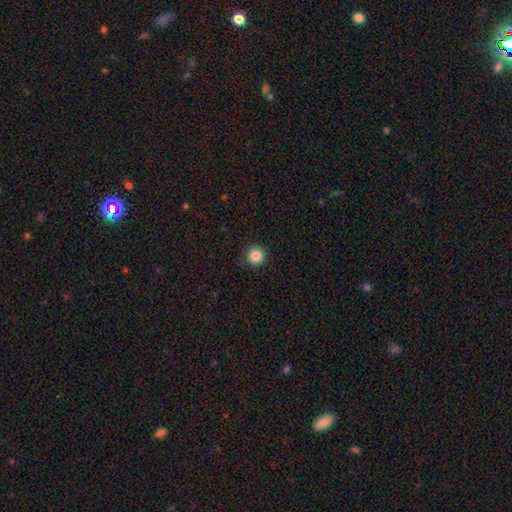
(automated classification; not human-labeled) A smooth galaxy with no disk features (86%) that is round (95%).

Vote fractions:
- Smooth or featured? smooth: 86% / star or artifact: 11% / featured or disk: 3%
- How rounded? round: 95% / in between: 4% / cigar-shaped: 1%
- Merging? none: 90% / minor disturbance: 7% / major disturbance: 2% / merger: 1%